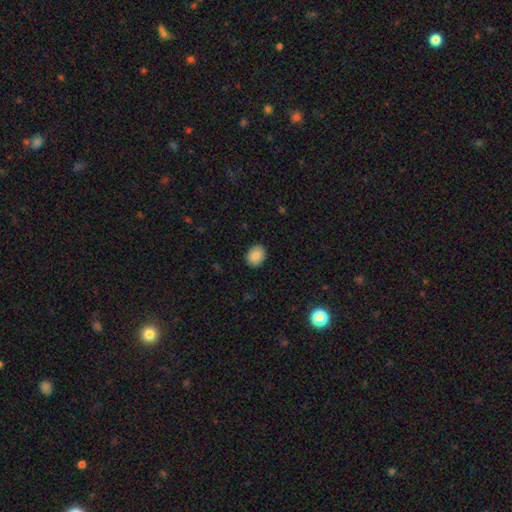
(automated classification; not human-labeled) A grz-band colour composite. It shows a smooth galaxy with no disk features (87%) that is round (52%). Merging: none (89%).